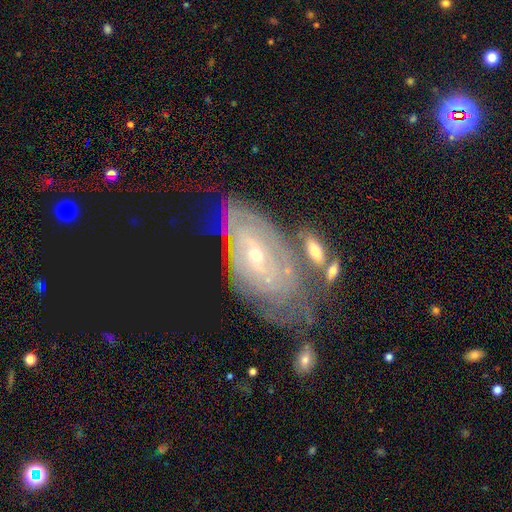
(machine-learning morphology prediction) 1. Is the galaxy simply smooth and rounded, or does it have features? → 81% featured or disk, 10% smooth, 9% star or artifact.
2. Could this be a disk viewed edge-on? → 93% no, 7% yes.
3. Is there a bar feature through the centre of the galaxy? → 46% no, 39% weak, 15% strong.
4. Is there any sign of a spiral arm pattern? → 89% yes, 11% no.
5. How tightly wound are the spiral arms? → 76% tight, 19% medium, 5% loose.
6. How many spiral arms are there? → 52% can't tell, 17% 2, 12% 3, 8% 4, 6% more than 4, 5% 1.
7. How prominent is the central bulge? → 62% small, 35% moderate, 1% large, 1% none, 1% dominant.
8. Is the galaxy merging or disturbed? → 55% none, 22% minor disturbance, 11% major disturbance, 11% merger.